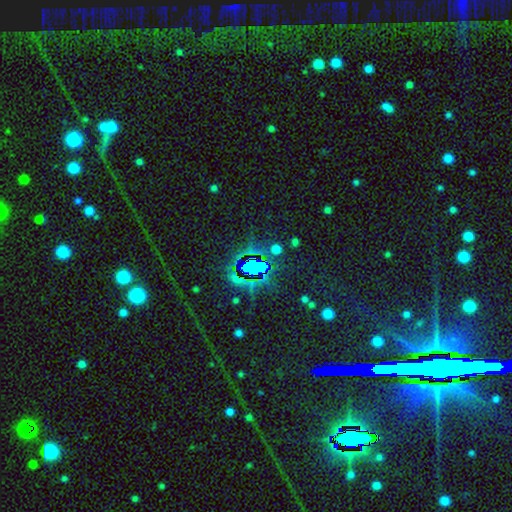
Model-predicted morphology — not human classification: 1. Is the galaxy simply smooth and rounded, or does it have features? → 81% star or artifact, 10% smooth, 9% featured or disk.